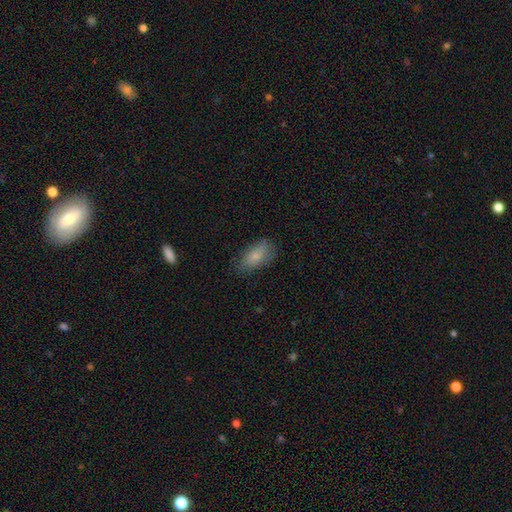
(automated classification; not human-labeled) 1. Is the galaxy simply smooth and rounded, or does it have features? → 77% smooth, 16% featured or disk, 7% star or artifact.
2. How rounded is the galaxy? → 90% in between, 5% cigar-shaped, 4% round.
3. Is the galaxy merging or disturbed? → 69% none, 23% minor disturbance, 6% major disturbance, 1% merger.